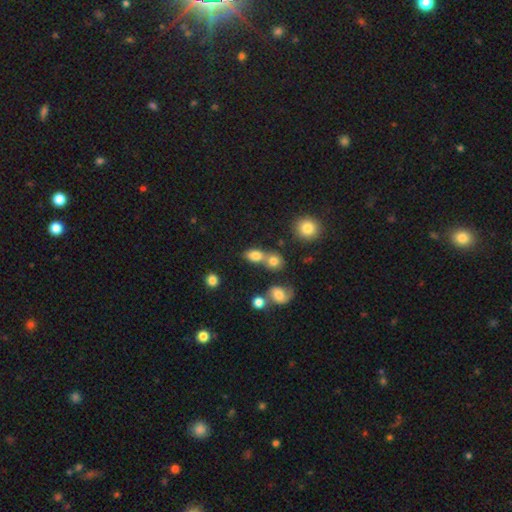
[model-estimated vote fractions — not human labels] Smooth or featured? smooth (76%)
How rounded? in between (65%)
Merging? merger (43%)